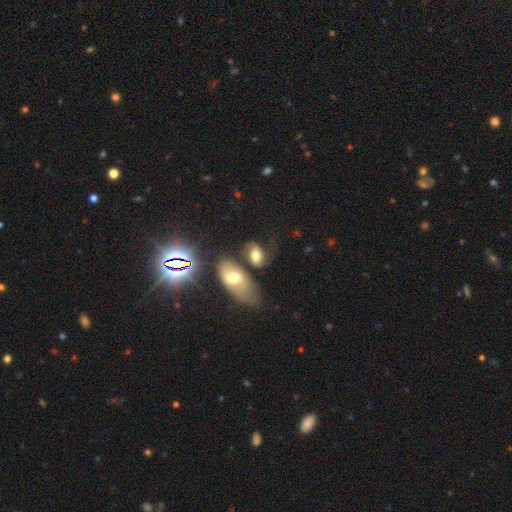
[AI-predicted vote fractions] Smooth or featured? Predicted: smooth (p=0.56). How rounded? Predicted: in between (p=0.80). Merging? Predicted: none (p=0.38).